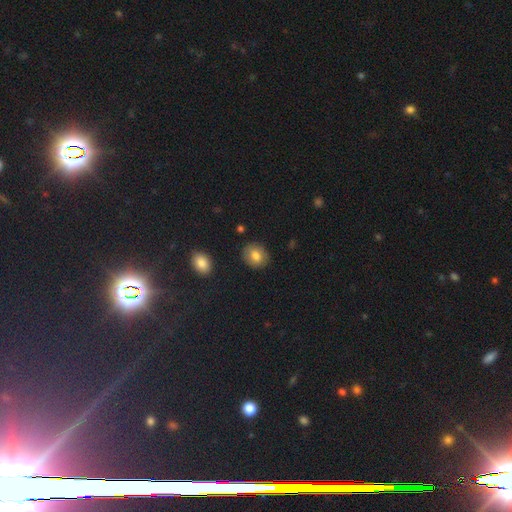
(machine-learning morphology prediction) smooth-or-featured: smooth: 79% | featured or disk: 12% | star or artifact: 8%
  how-rounded: round: 65% | in between: 34% | cigar-shaped: 1%
  merging: none: 85% | minor disturbance: 11% | major disturbance: 2% | merger: 2%